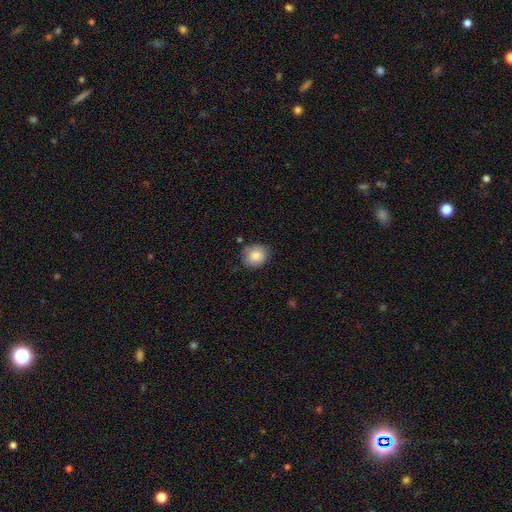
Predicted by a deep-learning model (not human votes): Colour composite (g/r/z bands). It shows a smooth galaxy with no disk features (84%) that is round (69%). Merging: none (79%).